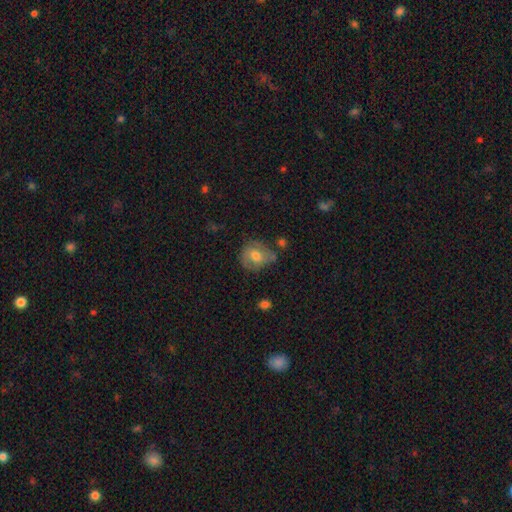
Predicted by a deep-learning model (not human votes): Smooth or featured: smooth — 60% (featured or disk — 32%)
How rounded: round — 70% (in between — 29%)
Merging: none — 55% (minor disturbance — 28%)